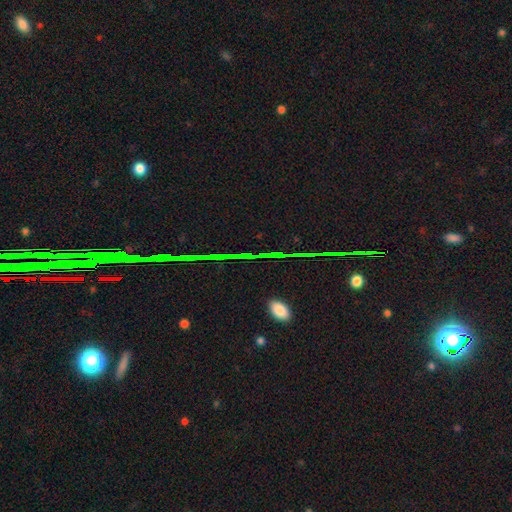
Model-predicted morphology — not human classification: A star or artifact, not a galaxy (84%).

Vote fractions:
- Smooth or featured? star or artifact: 84% / smooth: 8% / featured or disk: 8%